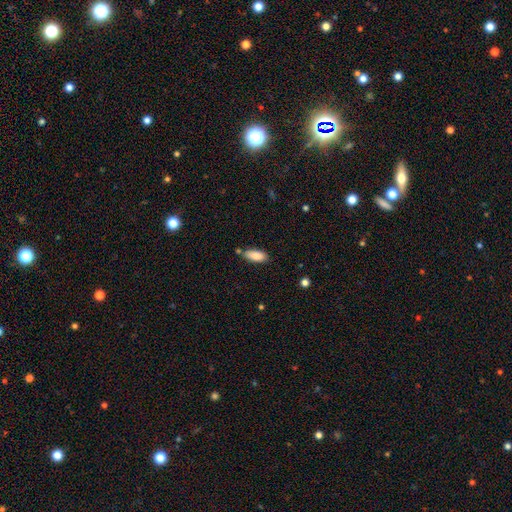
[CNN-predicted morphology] The model was most divided on "merging": none: 76%, minor disturbance: 15%, merger: 6%, major disturbance: 3%. More confident: smooth or featured — smooth (87%); how rounded — in between (83%).